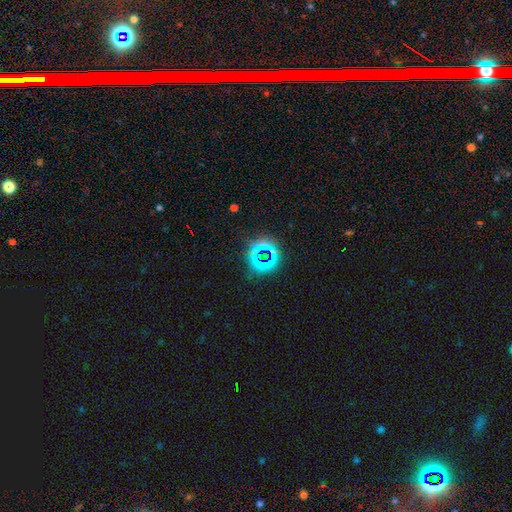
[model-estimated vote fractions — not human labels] star or artifact 73%, smooth 18%, featured or disk 9%.